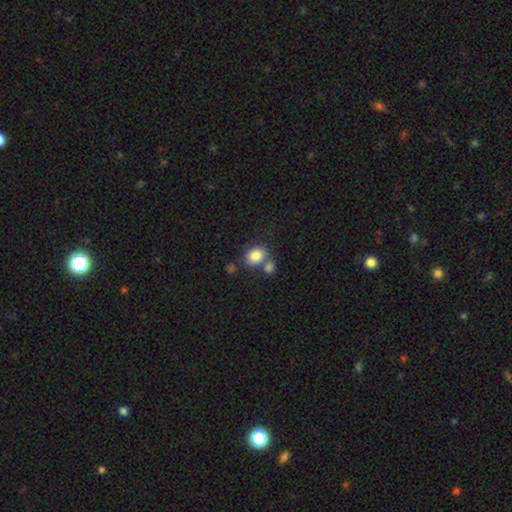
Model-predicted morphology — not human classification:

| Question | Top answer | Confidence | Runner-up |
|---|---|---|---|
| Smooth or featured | smooth | 83% | star or artifact (9%) |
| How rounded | in between | 59% | round (40%) |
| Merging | none | 50% | merger (33%) |